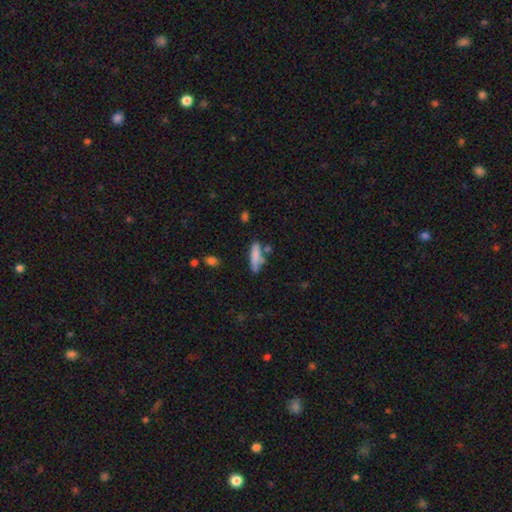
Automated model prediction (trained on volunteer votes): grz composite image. It shows a smooth galaxy with no disk features (77%) that is cigar-shaped (66%). Merging: none (60%).